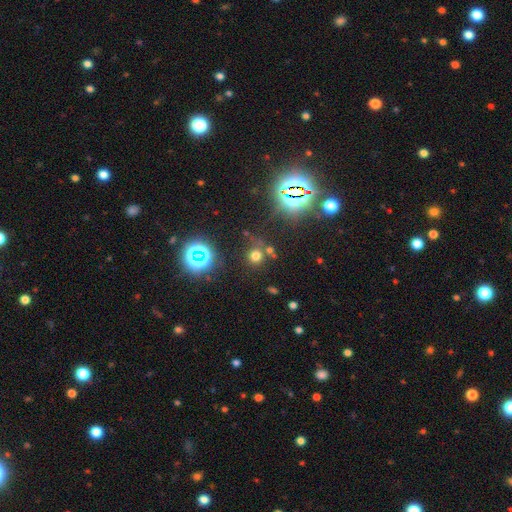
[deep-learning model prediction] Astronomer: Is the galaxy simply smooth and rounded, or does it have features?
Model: smooth — 61%.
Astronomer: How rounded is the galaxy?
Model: round — 91%.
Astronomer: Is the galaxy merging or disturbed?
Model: none — 73%.